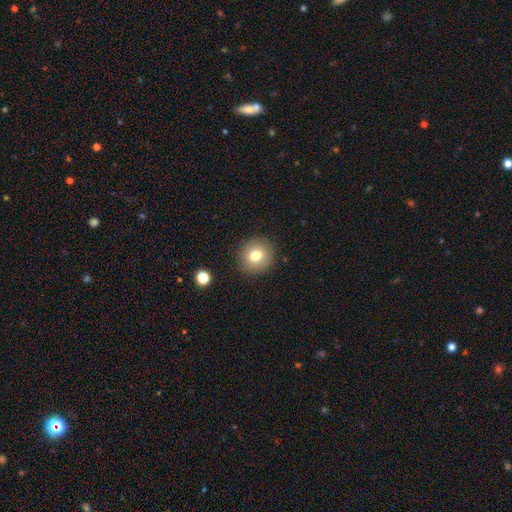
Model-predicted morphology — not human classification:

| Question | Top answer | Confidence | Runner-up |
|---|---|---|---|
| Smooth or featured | smooth | 78% | featured or disk (12%) |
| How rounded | round | 89% | in between (10%) |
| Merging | none | 90% | minor disturbance (7%) |